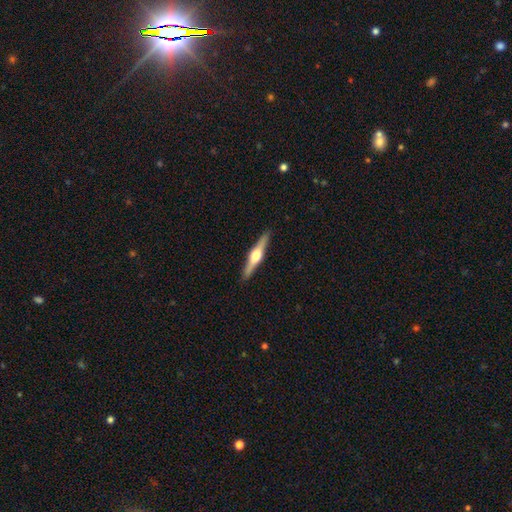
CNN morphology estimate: Q: Smooth or featured?
A: featured or disk (73%); runner-up: smooth (22%)
Q: Edge-on disk?
A: yes (98%); runner-up: no (2%)
Q: Edge-on bulge?
A: rounded (95%); runner-up: boxy (3%)
Q: Merging?
A: none (92%); runner-up: minor disturbance (6%)